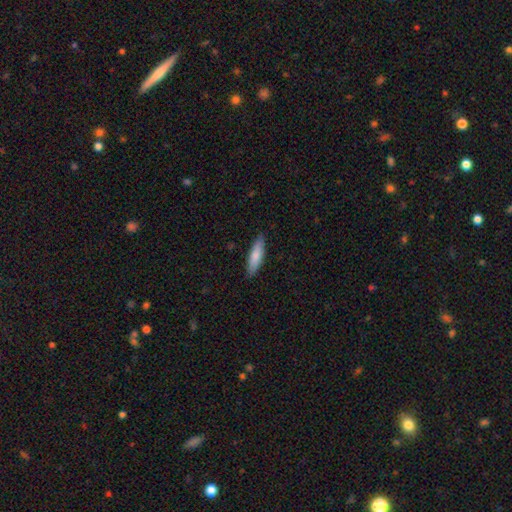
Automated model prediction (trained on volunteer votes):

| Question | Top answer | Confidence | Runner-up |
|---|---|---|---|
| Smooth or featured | smooth | 80% | featured or disk (14%) |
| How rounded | cigar-shaped | 64% | in between (35%) |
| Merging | none | 87% | minor disturbance (10%) |